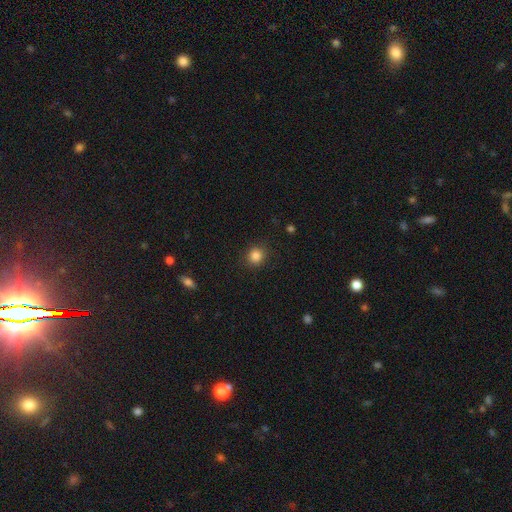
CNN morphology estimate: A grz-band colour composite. It shows a smooth galaxy with no disk features (84%) that is round (87%). Merging: none (90%).